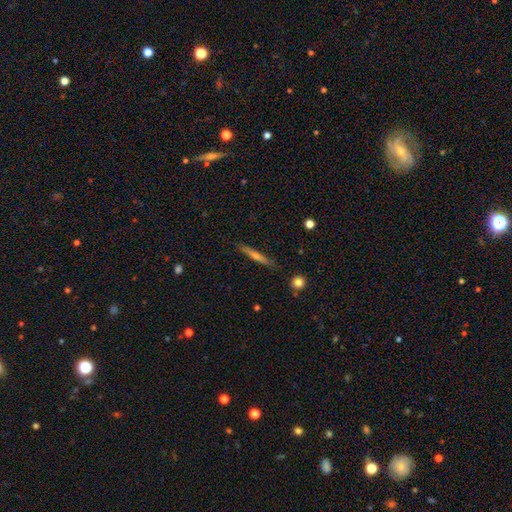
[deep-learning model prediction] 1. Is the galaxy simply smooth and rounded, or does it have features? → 53% featured or disk, 39% smooth, 7% star or artifact.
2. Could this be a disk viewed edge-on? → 96% yes, 4% no.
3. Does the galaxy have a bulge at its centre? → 50% rounded, 43% none, 7% boxy.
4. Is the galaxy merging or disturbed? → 89% none, 8% minor disturbance, 2% major disturbance, 1% merger.